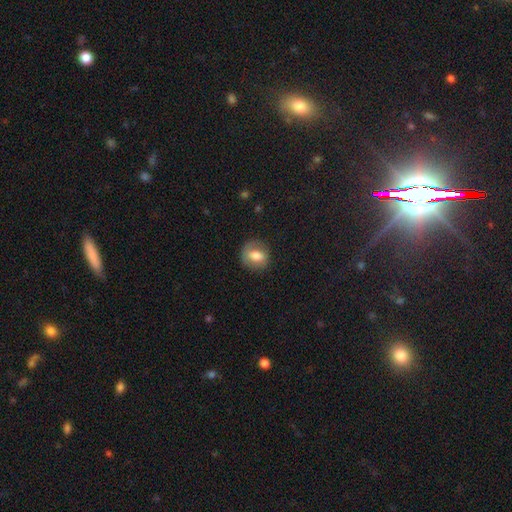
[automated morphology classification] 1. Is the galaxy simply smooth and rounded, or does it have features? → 63% smooth, 29% featured or disk, 8% star or artifact.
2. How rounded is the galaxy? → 65% round, 34% in between, 1% cigar-shaped.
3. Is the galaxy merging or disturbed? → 76% none, 16% minor disturbance, 7% major disturbance, 1% merger.